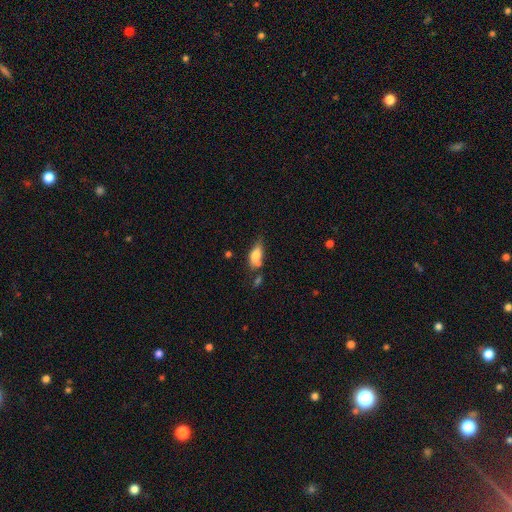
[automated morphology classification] Smooth or featured? smooth (71%)
How rounded? in between (81%)
Merging? none (43%)